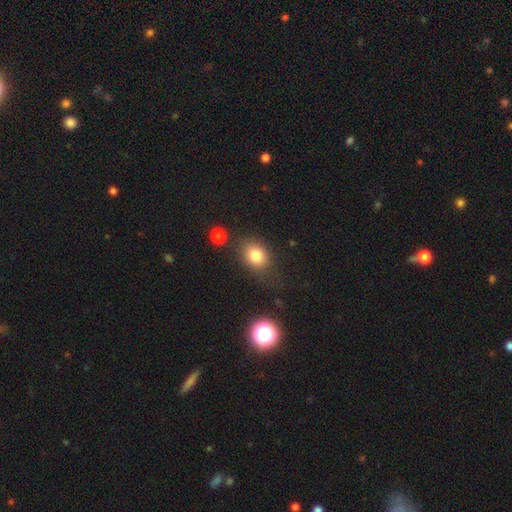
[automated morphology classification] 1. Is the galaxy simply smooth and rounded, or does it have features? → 80% smooth, 12% star or artifact, 9% featured or disk.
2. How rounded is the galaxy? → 57% in between, 42% round, 1% cigar-shaped.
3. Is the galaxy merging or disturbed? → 73% none, 15% minor disturbance, 6% merger, 6% major disturbance.